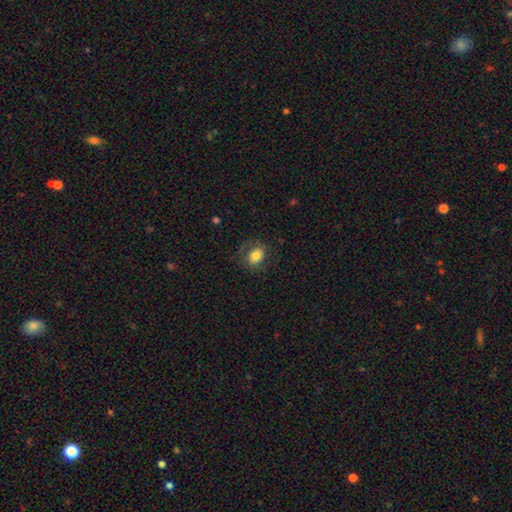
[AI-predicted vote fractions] This appears to be a smooth galaxy with no disk features (75%) that is in between round and cigar-shaped (67%). Merging: none (71%).